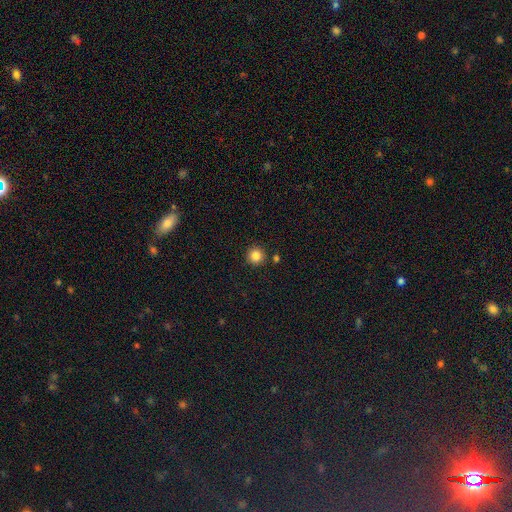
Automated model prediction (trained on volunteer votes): Morphology: type=smooth (85%); roundness=round (95%); merging=none (87%).